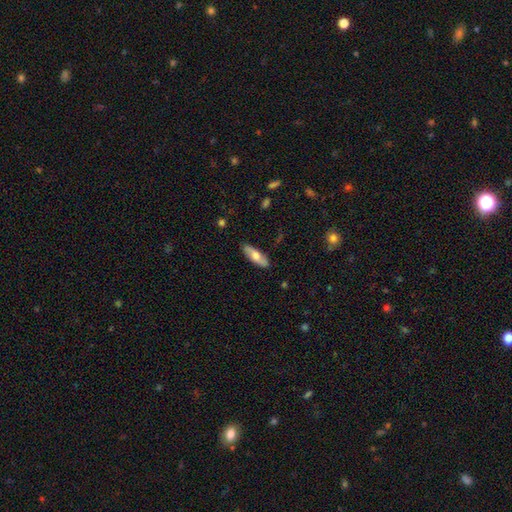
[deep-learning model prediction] Smooth or featured?
  - smooth: 62% *
  - featured or disk: 33%
  - star or artifact: 5%
How rounded?
  - in between: 58% *
  - cigar-shaped: 39%
  - round: 3%
Merging?
  - none: 87% *
  - minor disturbance: 10%
  - major disturbance: 2%
  - merger: 1%